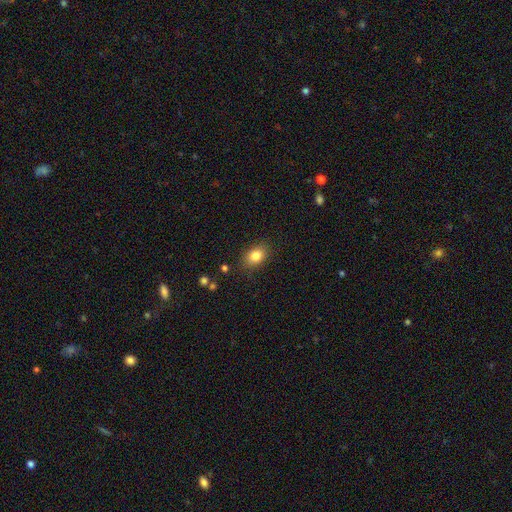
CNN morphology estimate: Overall: smooth (83%). How rounded: in between (76%). Merging: none (84%).